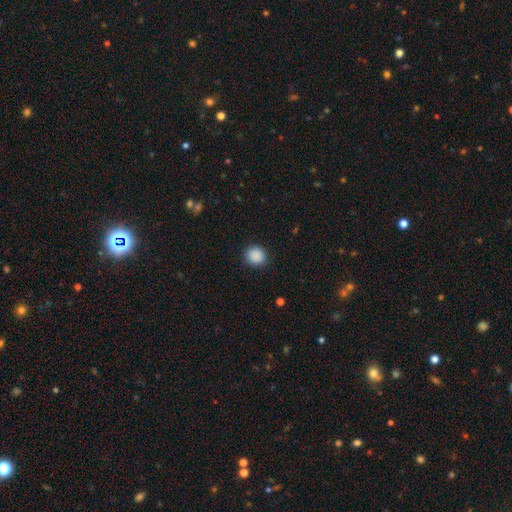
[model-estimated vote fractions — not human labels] A smooth galaxy with no disk features (89%) that is round (79%).

Vote fractions:
- Smooth or featured? smooth: 89% / star or artifact: 8% / featured or disk: 2%
- How rounded? round: 79% / in between: 20% / cigar-shaped: 1%
- Merging? none: 89% / minor disturbance: 7% / major disturbance: 2% / merger: 1%